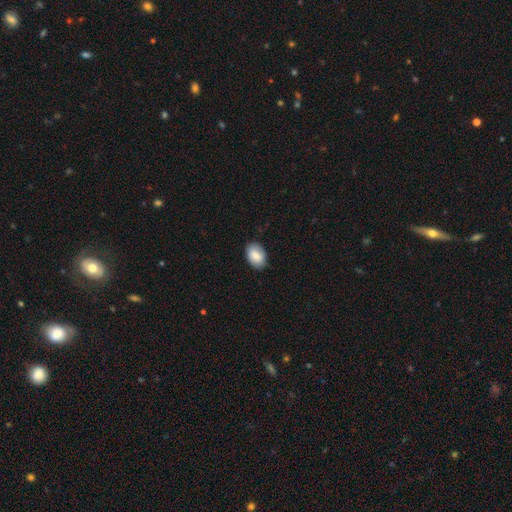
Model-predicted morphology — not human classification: type=smooth (82%); roundness=in between (84%); merging=none (84%).